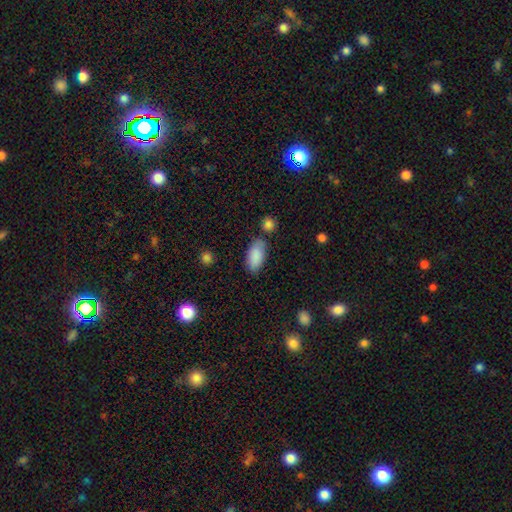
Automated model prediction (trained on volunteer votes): This is clearly a smooth galaxy (88%). How rounded: clearly in between (92%). Merging: likely none (72%).